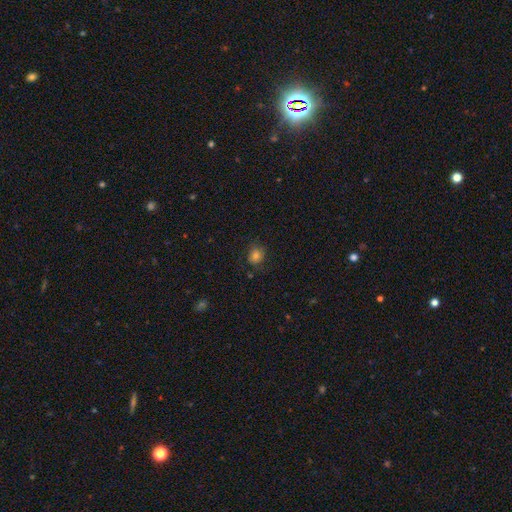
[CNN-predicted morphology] Smooth or featured? Predicted: smooth (p=0.78). How rounded? Predicted: round (p=0.64). Merging? Predicted: none (p=0.76).